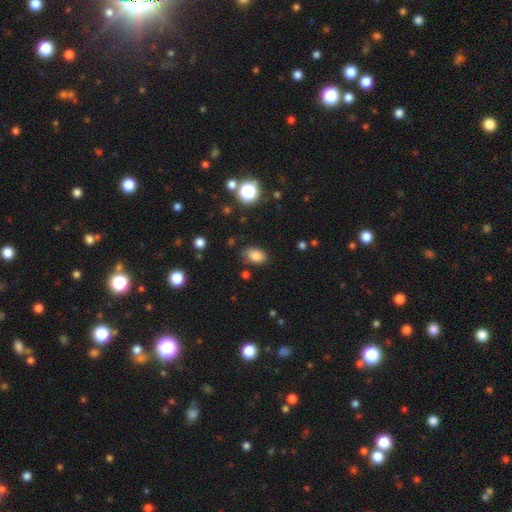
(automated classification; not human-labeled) A smooth galaxy with no disk features (82%) that is in between round and cigar-shaped (86%).

Vote fractions:
- Smooth or featured? smooth: 82% / star or artifact: 11% / featured or disk: 7%
- How rounded? in between: 86% / round: 12% / cigar-shaped: 1%
- Merging? none: 78% / minor disturbance: 16% / major disturbance: 4% / merger: 2%